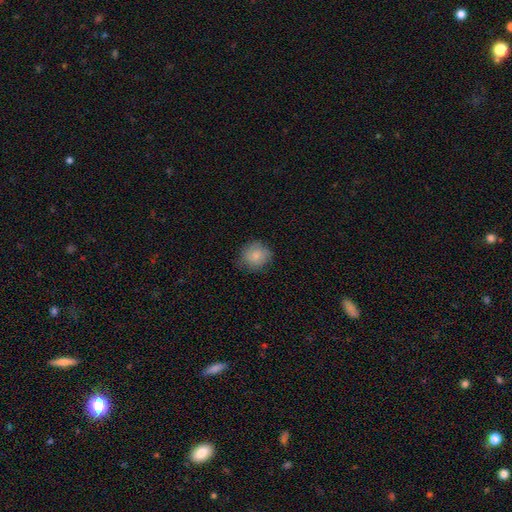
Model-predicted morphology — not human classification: Smooth or featured: smooth — 83% (featured or disk — 10%)
How rounded: round — 85% (in between — 14%)
Merging: none — 76% (minor disturbance — 18%)